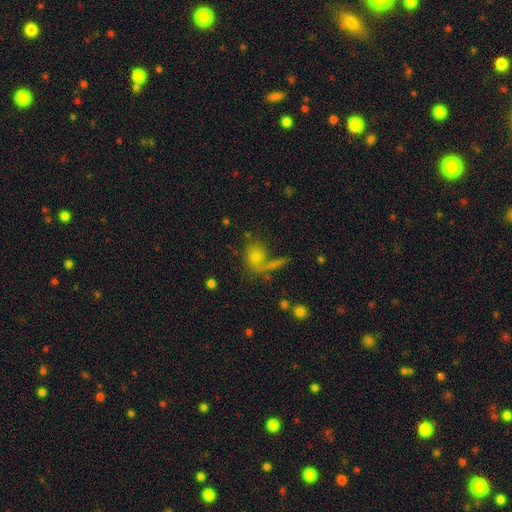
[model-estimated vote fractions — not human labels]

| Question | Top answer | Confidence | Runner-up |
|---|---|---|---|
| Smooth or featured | smooth | 67% | star or artifact (17%) |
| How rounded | in between | 50% | round (45%) |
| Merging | none | 48% | merger (24%) |